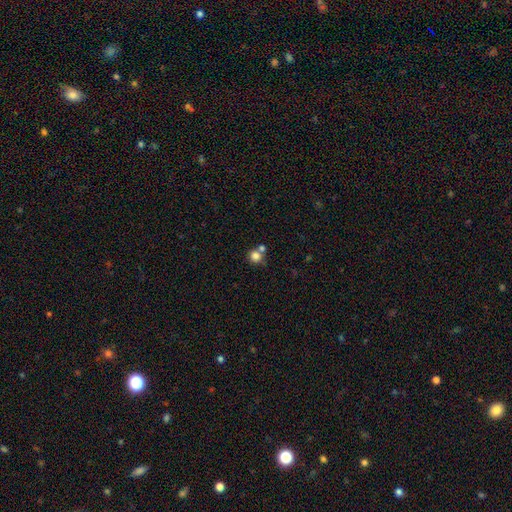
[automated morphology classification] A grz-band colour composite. It shows a smooth galaxy with no disk features (81%) that is round (86%). Merging: none (56%).